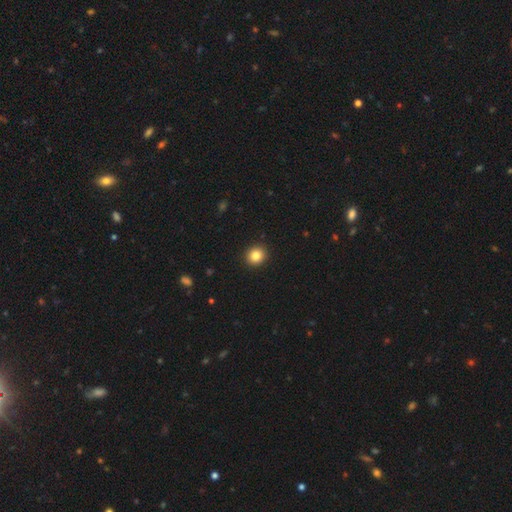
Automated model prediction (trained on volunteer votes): Smooth or featured?
  - smooth: 84% *
  - star or artifact: 10%
  - featured or disk: 5%
How rounded?
  - round: 88% *
  - in between: 11%
  - cigar-shaped: 1%
Merging?
  - none: 93% *
  - minor disturbance: 5%
  - major disturbance: 2%
  - merger: 1%